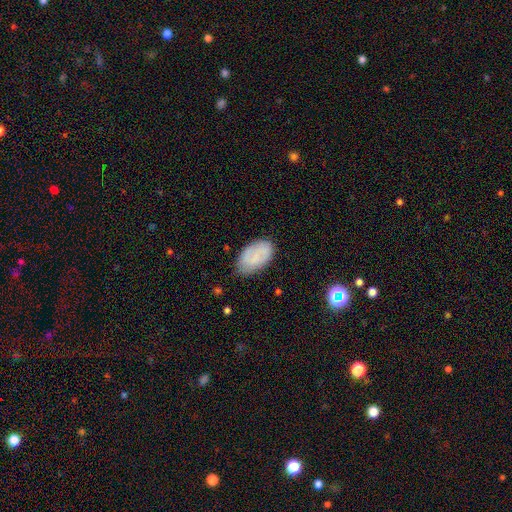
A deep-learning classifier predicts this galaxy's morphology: A smooth galaxy with no disk features (68%) that is in between round and cigar-shaped (93%). Merging: none (77%).